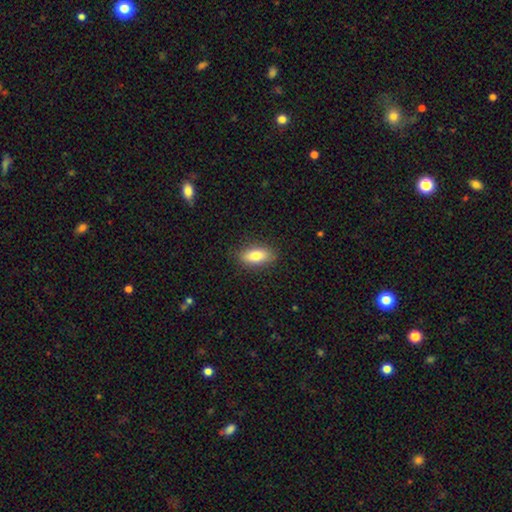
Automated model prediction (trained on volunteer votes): Morphology: type=smooth (80%); roundness=in between (85%); merging=none (86%).